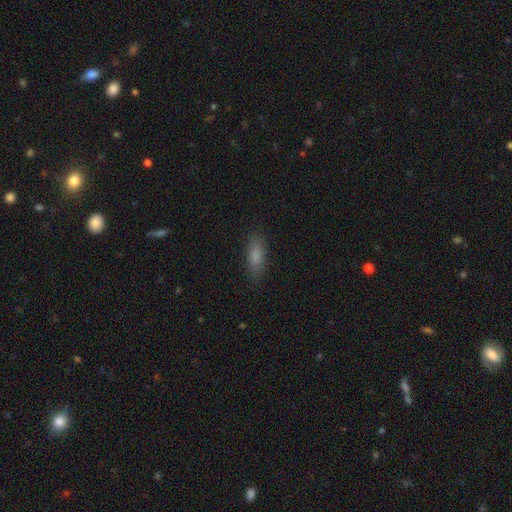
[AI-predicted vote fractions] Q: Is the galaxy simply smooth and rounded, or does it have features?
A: smooth — 83%.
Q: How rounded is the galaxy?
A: in between — 67%.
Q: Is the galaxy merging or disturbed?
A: none — 86%.